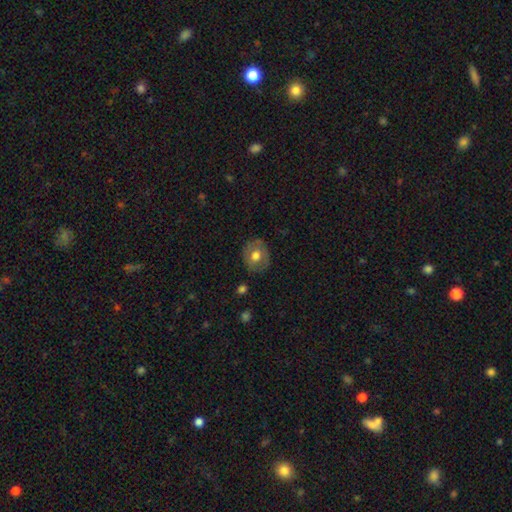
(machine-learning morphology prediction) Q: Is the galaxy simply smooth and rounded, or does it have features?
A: smooth — 59%.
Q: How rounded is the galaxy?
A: round — 62%.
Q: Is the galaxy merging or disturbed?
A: none — 80%.